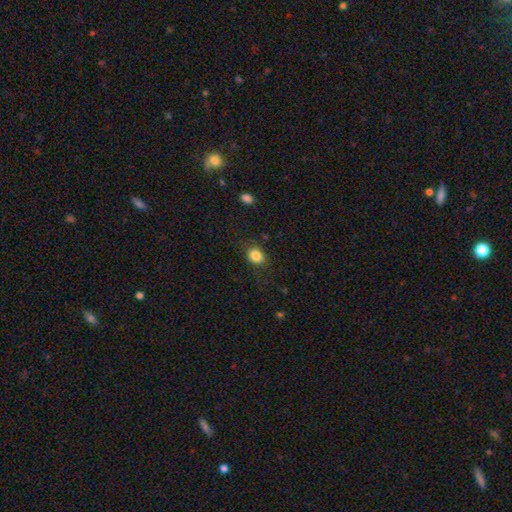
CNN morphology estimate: type=smooth (84%); roundness=round (57%); merging=none (78%).